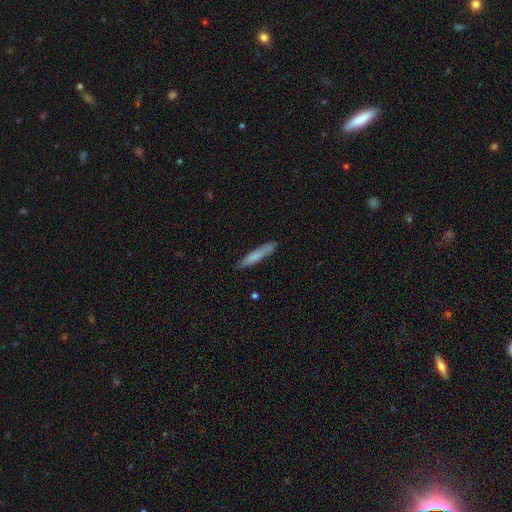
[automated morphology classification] type=smooth (74%); roundness=cigar-shaped (91%); merging=none (85%).